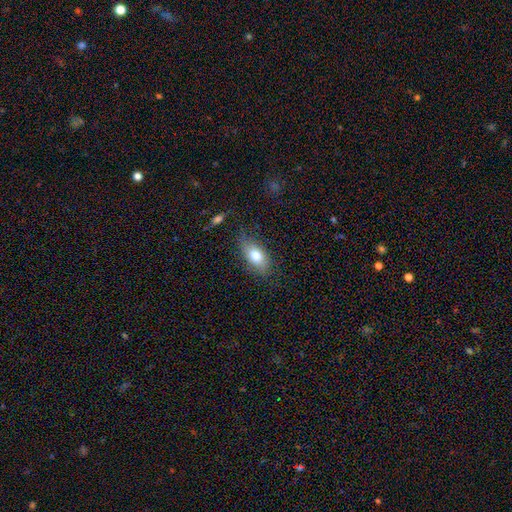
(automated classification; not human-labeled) smooth 75%, featured or disk 17%, star or artifact 8%. Down the decision tree: how rounded — in between (87%); merging — none (71%).